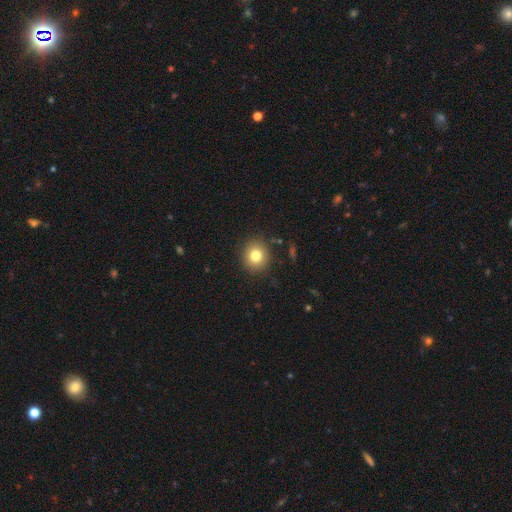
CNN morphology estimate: type=smooth (79%); roundness=round (85%); merging=none (88%).